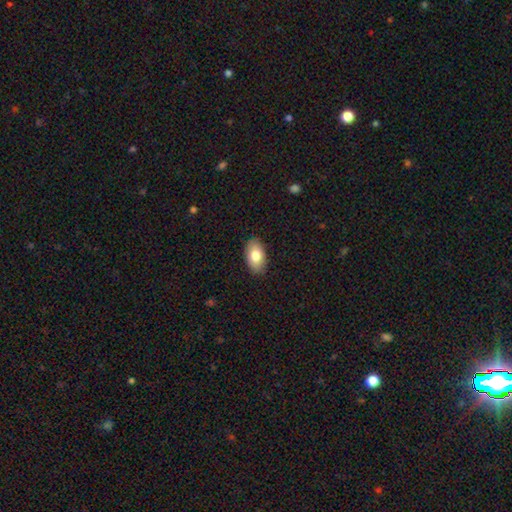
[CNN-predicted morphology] type=smooth (82%); roundness=in between (94%); merging=none (89%).